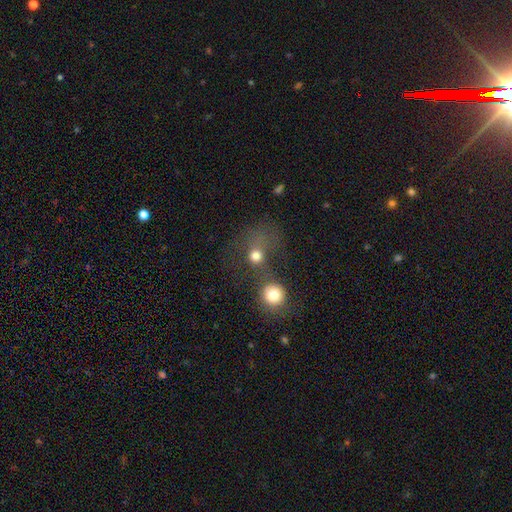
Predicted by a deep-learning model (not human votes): Smooth or featured: smooth — 73% (star or artifact — 15%)
How rounded: round — 80% (in between — 19%)
Merging: merger — 47% (none — 29%)